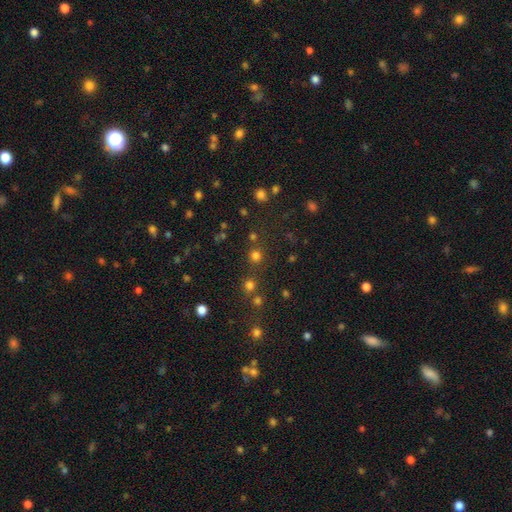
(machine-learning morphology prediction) A smooth galaxy with no disk features (73%) that is round (92%).

Vote fractions:
- Smooth or featured? smooth: 73% / star or artifact: 22% / featured or disk: 5%
- How rounded? round: 92% / in between: 7% / cigar-shaped: 1%
- Merging? none: 79% / merger: 10% / minor disturbance: 7% / major disturbance: 3%